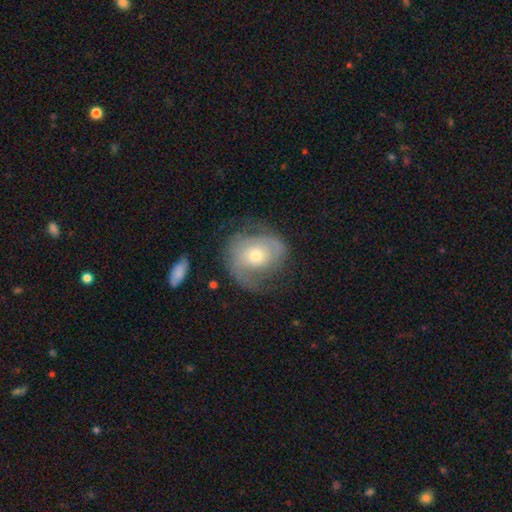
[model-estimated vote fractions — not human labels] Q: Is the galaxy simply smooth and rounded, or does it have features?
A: featured or disk — 68%.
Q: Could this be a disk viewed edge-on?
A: no — 97%.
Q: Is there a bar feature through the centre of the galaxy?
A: no — 73%.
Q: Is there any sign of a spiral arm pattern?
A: yes — 84%.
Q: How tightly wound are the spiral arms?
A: medium — 39%, tied with tight.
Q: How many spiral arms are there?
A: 2 — 63%.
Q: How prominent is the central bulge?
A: moderate — 57%.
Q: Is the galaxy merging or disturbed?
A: none — 55%.